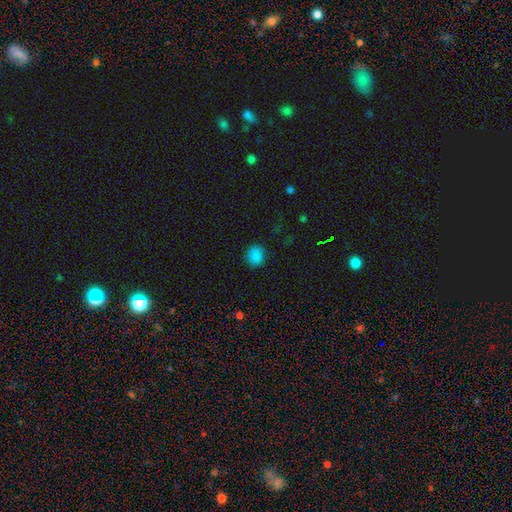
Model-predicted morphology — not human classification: Smooth or featured? Predicted: smooth (p=0.84). How rounded? Predicted: round (p=0.82). Merging? Predicted: none (p=0.87).